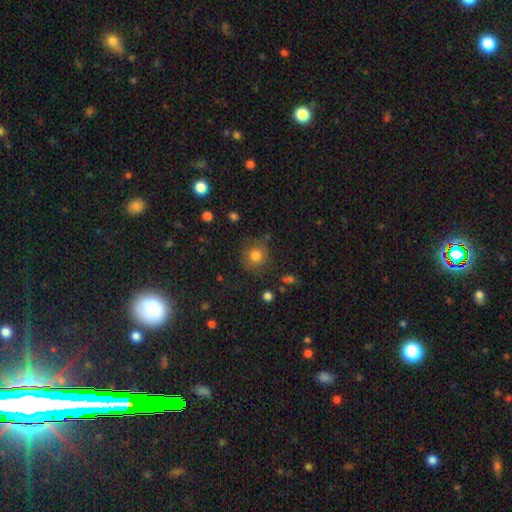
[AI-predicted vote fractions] Smooth or featured: smooth — 78% (star or artifact — 12%)
How rounded: round — 90% (in between — 9%)
Merging: none — 79% (minor disturbance — 13%)